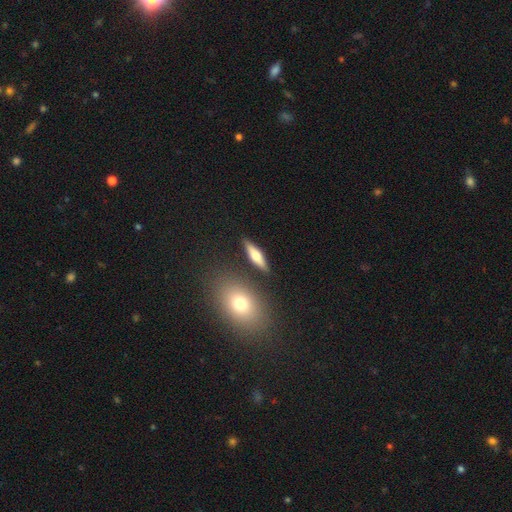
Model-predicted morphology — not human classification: Q: Smooth or featured?
A: smooth (49%); runner-up: featured or disk (44%)
Q: Merging?
A: none (85%); runner-up: minor disturbance (9%)